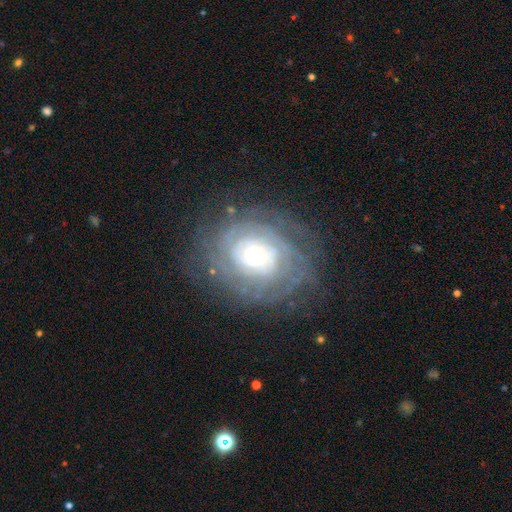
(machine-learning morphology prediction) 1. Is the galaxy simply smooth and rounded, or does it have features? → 78% featured or disk, 14% smooth, 8% star or artifact.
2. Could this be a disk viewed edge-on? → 97% no, 3% yes.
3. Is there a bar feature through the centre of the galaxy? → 79% no, 16% weak, 5% strong.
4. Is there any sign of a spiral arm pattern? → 89% yes, 11% no.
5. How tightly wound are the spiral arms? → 76% tight, 17% medium, 6% loose.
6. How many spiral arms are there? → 48% can't tell, 13% more than 4, 11% 2, 11% 4, 10% 3, 6% 1.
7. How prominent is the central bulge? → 51% small, 30% moderate, 15% large, 3% dominant, 2% none.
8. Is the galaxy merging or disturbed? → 75% none, 15% minor disturbance, 9% major disturbance, 1% merger.